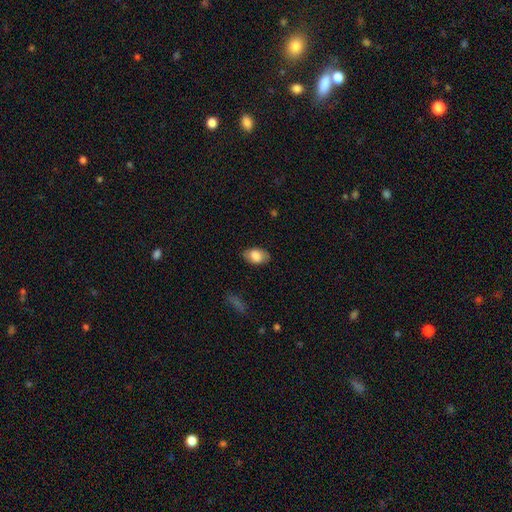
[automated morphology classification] type=smooth (80%); roundness=in between (91%); merging=none (82%).